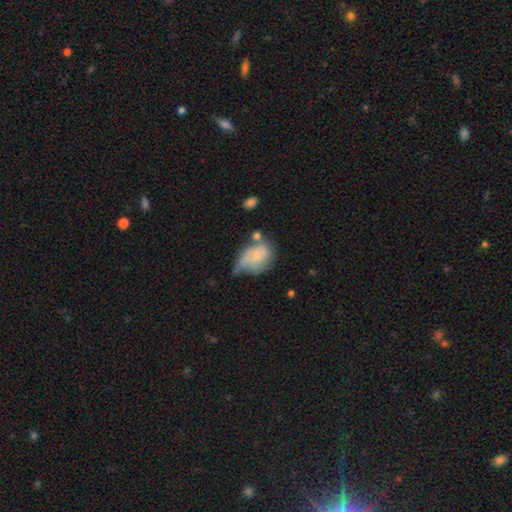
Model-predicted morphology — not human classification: smooth 65%, featured or disk 26%, star or artifact 8%. Down the decision tree: how rounded — in between (67%); merging — minor disturbance (36%).